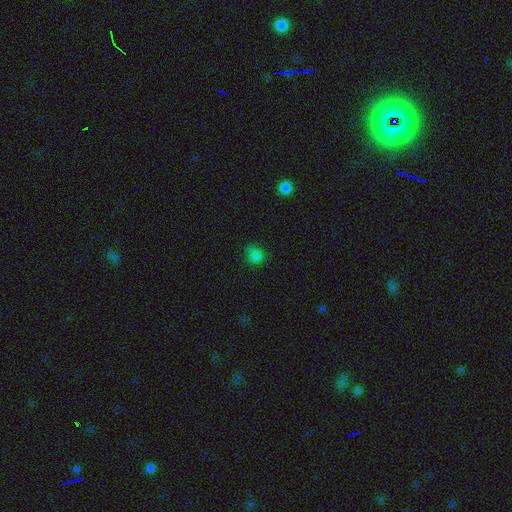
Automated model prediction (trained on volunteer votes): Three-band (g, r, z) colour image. It shows a smooth galaxy with no disk features (75%) that is round (73%). Merging: none (53%).